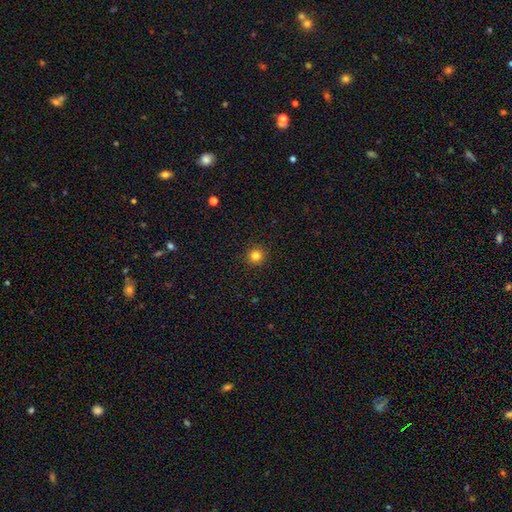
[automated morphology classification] Smooth or featured? smooth (82%)
How rounded? round (95%)
Merging? none (93%)